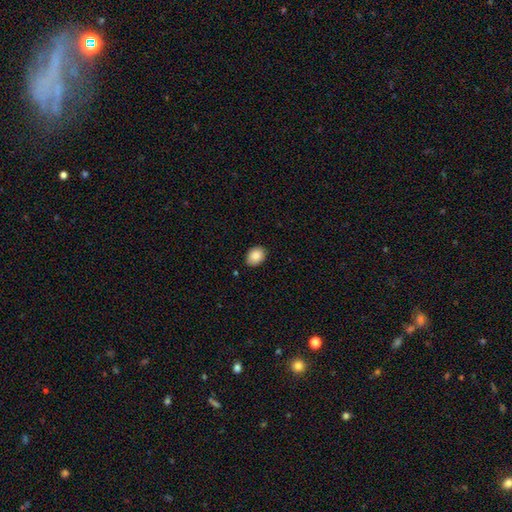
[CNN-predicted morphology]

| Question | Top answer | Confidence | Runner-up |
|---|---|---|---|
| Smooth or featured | smooth | 88% | star or artifact (8%) |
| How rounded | in between | 68% | round (31%) |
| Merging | none | 84% | minor disturbance (12%) |